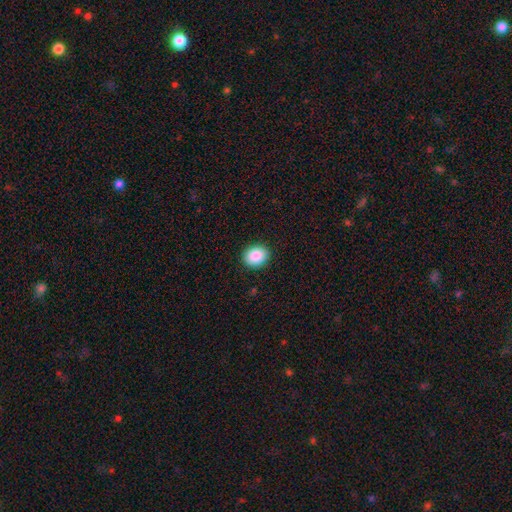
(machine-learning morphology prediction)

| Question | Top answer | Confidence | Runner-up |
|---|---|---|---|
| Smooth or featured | smooth | 88% | star or artifact (8%) |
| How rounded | round | 53% | in between (46%) |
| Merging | none | 90% | minor disturbance (7%) |